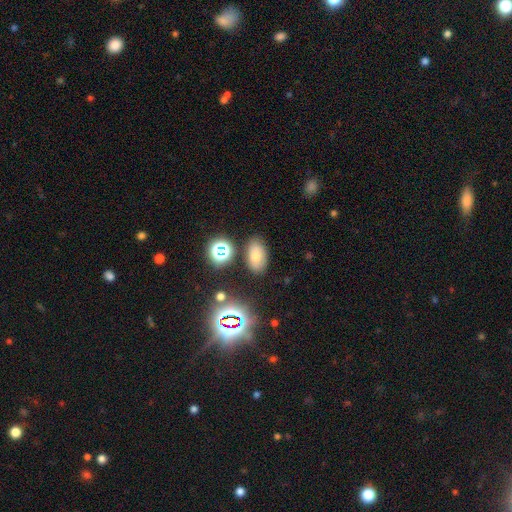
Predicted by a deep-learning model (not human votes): This appears to be a smooth galaxy with no disk features (59%) that is in between round and cigar-shaped (88%). Merging: none (83%).